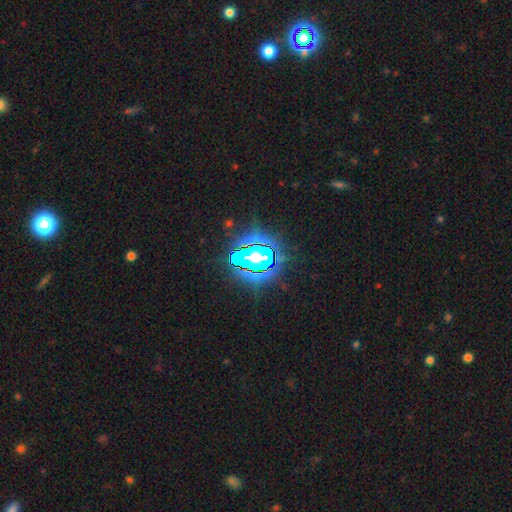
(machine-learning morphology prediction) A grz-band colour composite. It shows a star or artifact, not a galaxy (72%).